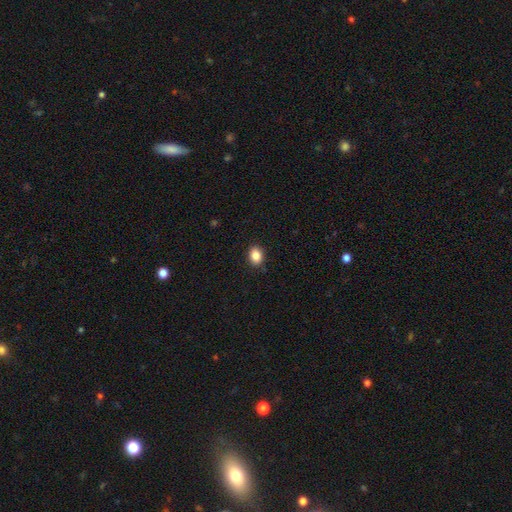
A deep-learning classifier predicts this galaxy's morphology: This appears to be a smooth galaxy with no disk features (86%) that is in between round and cigar-shaped (64%). Merging: none (89%).